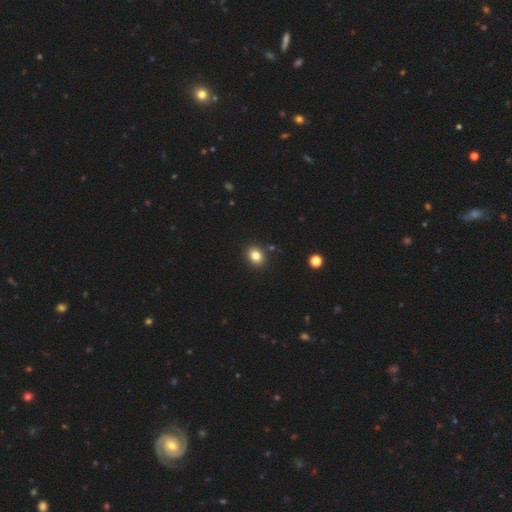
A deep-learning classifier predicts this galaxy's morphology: smooth_or_featured: smooth (p=0.83) [alt: star or artifact p=0.12]
how_rounded: round (p=0.61) [alt: in between p=0.38]
merging: none (p=0.89) [alt: minor disturbance p=0.07]